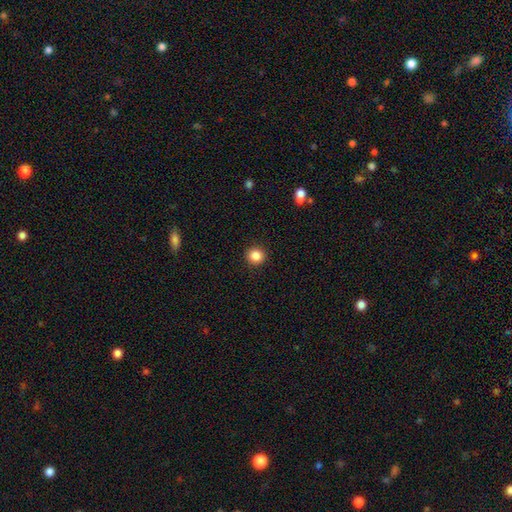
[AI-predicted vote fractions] Smooth or featured? smooth (86%)
How rounded? round (93%)
Merging? none (92%)